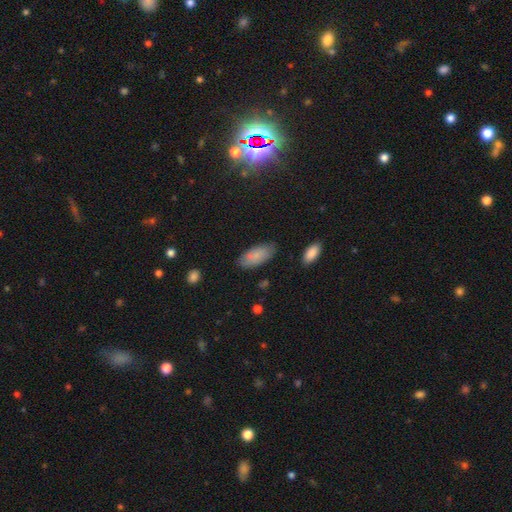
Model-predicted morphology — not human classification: Smooth or featured? Predicted: smooth (p=0.84). How rounded? Predicted: in between (p=0.89). Merging? Predicted: none (p=0.81).